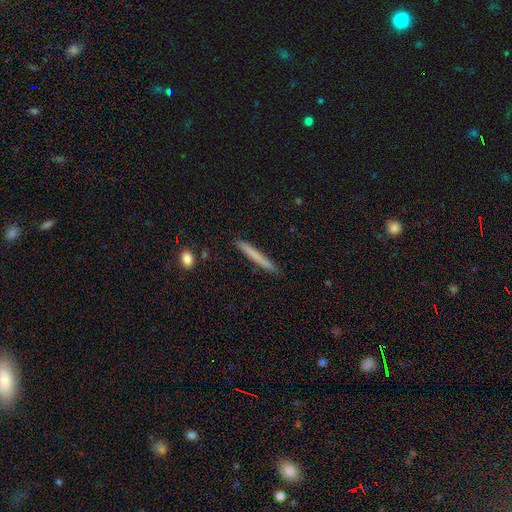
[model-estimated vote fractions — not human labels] smooth-or-featured: smooth: 69% | featured or disk: 25% | star or artifact: 6%
  how-rounded: cigar-shaped: 97% | in between: 2% | round: 1%
  merging: none: 89% | minor disturbance: 8% | merger: 1% | major disturbance: 1%